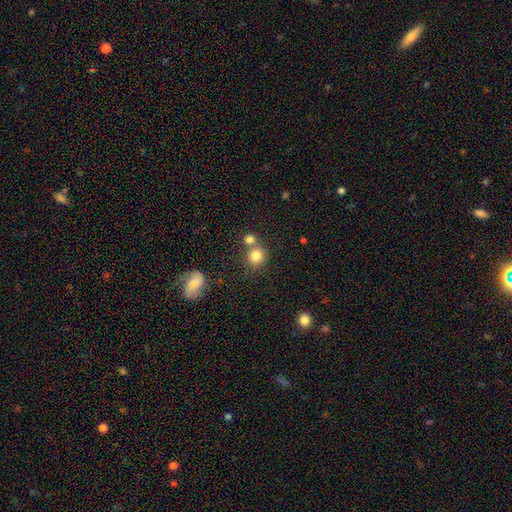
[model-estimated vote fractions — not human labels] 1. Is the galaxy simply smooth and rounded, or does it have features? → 82% smooth, 11% star or artifact, 7% featured or disk.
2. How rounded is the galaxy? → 87% round, 12% in between, 1% cigar-shaped.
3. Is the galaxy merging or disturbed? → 60% none, 28% merger, 9% minor disturbance, 3% major disturbance.